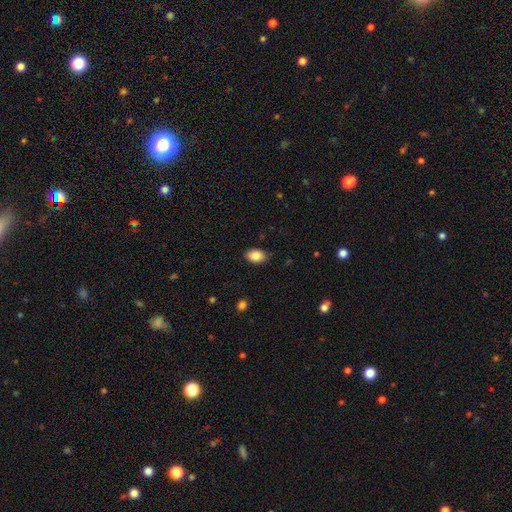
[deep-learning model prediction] Smooth or featured? Predicted: smooth (p=0.86). How rounded? Predicted: in between (p=0.84). Merging? Predicted: none (p=0.87).